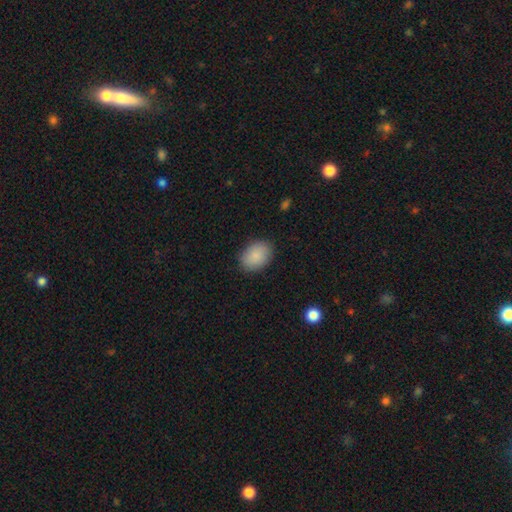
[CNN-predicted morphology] Q: Smooth or featured?
A: smooth (89%); runner-up: star or artifact (6%)
Q: How rounded?
A: in between (79%); runner-up: round (20%)
Q: Merging?
A: none (86%); runner-up: minor disturbance (10%)